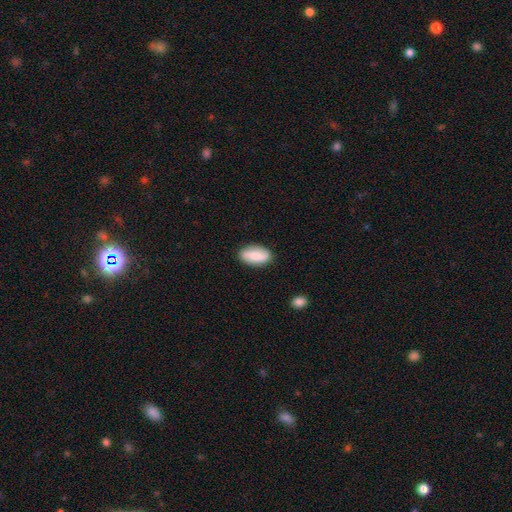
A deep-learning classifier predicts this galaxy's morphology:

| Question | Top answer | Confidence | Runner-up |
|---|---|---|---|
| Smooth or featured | smooth | 75% | featured or disk (18%) |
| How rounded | in between | 92% | cigar-shaped (5%) |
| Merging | none | 87% | minor disturbance (10%) |